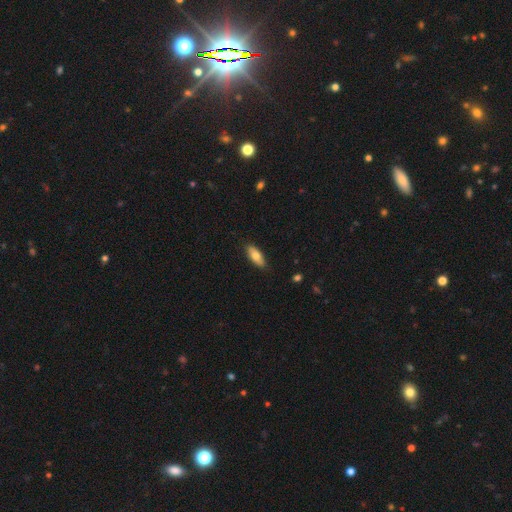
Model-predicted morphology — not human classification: This is likely a smooth galaxy (74%). How rounded: likely in between (76%). Merging: clearly none (85%).